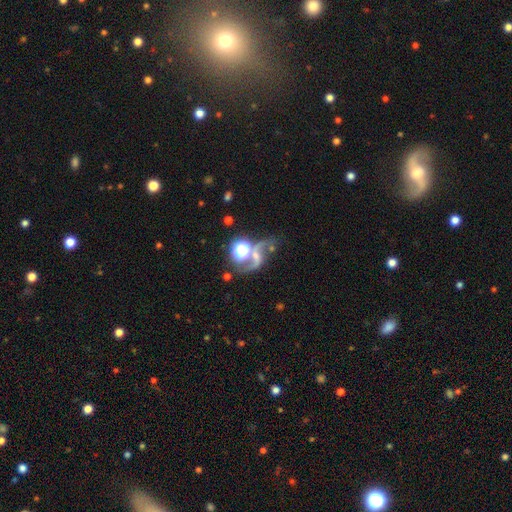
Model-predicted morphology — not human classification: type=featured or disk (67%); edge-on=no (96%); bar=no (48%); spiral arms=yes (90%); winding=loose (76%); arm count=2 (83%); bulge=moderate (40%); merging=none (43%).